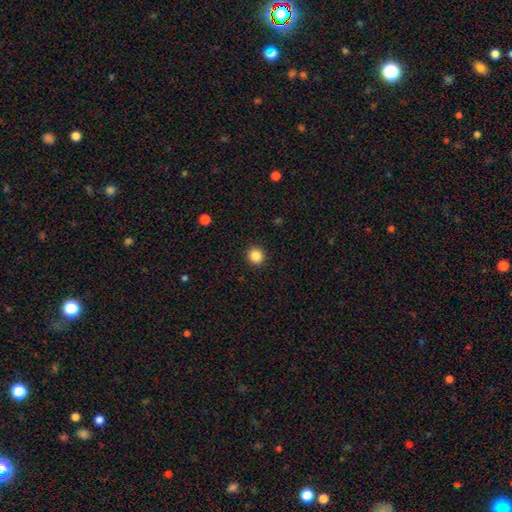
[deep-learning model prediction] A smooth galaxy with no disk features (86%) that is round (92%).

Vote fractions:
- Smooth or featured? smooth: 86% / star or artifact: 11% / featured or disk: 4%
- How rounded? round: 92% / in between: 7% / cigar-shaped: 1%
- Merging? none: 92% / minor disturbance: 5% / major disturbance: 2% / merger: 1%